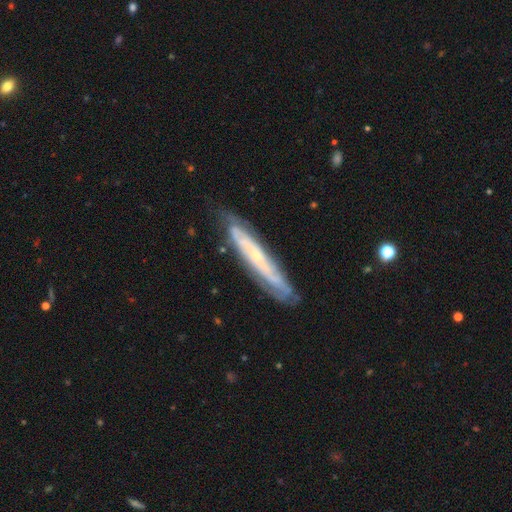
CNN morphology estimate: smooth_or_featured: featured or disk (p=0.73) [alt: smooth p=0.20]
disk_edge_on: yes (p=0.53) [alt: no p=0.47]
merging: none (p=0.76) [alt: minor disturbance p=0.18]